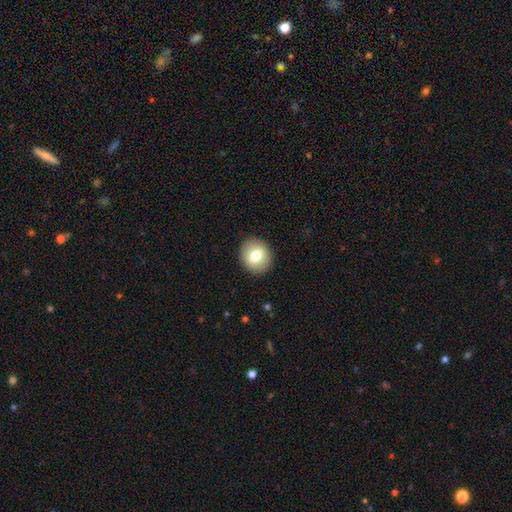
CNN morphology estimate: smooth 70%, featured or disk 22%, star or artifact 8%. Down the decision tree: how rounded — round (76%); merging — none (90%).